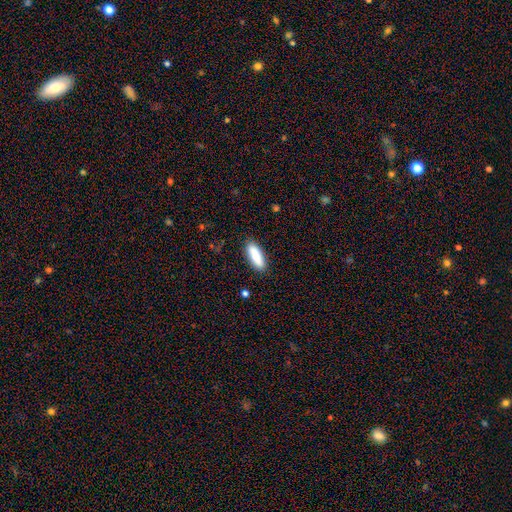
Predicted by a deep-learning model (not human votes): smooth-or-featured: smooth: 83% | featured or disk: 11% | star or artifact: 6%
  how-rounded: in between: 64% | cigar-shaped: 35% | round: 2%
  merging: none: 86% | minor disturbance: 10% | major disturbance: 2% | merger: 2%